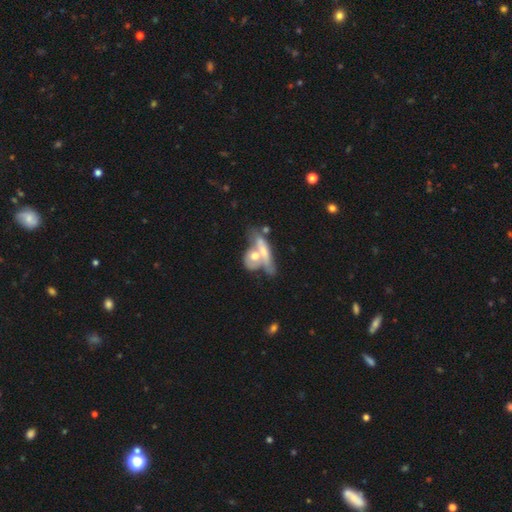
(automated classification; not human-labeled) A featured or disk galaxy (48%).

Vote fractions:
- Smooth or featured? featured or disk: 48% / smooth: 44% / star or artifact: 8%
- Merging? merger: 63% / none: 18% / minor disturbance: 10% / major disturbance: 10%